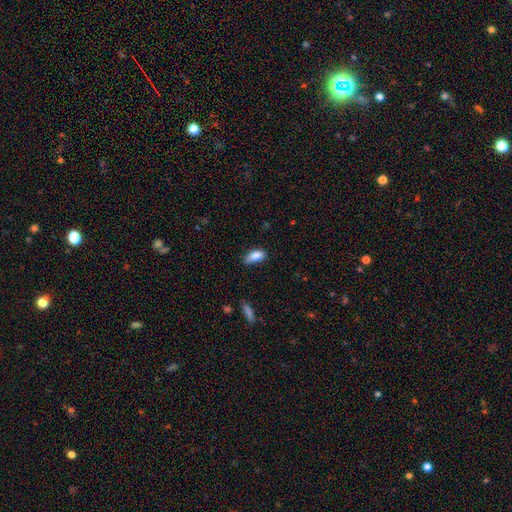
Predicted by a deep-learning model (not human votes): This is clearly a smooth galaxy (85%). How rounded: clearly in between (87%). Merging: possibly none (60%).